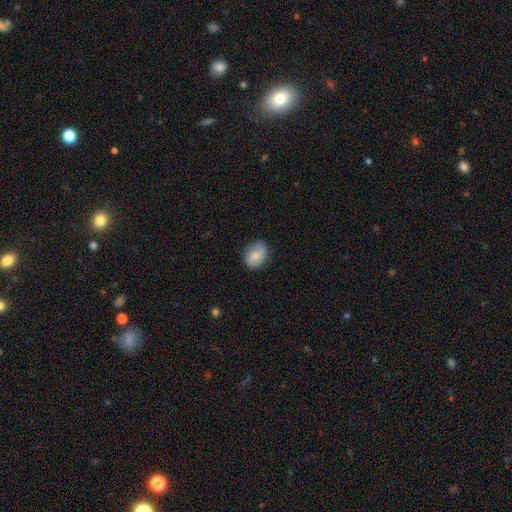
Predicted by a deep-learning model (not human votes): A smooth galaxy with no disk features (60%) that is in between round and cigar-shaped (54%). Merging: none (77%).